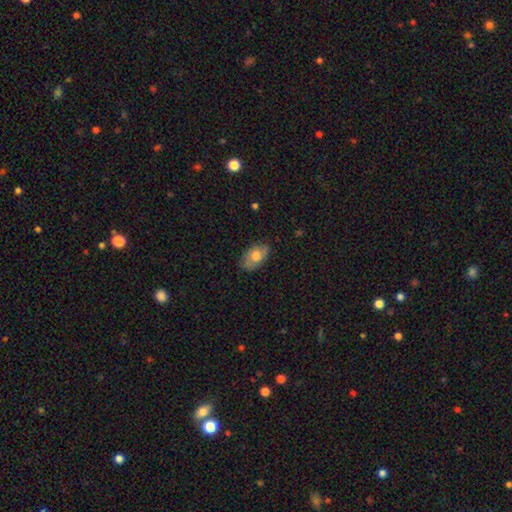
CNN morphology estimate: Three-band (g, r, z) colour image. It shows a smooth galaxy with no disk features (74%) that is in between round and cigar-shaped (92%). Merging: none (79%).